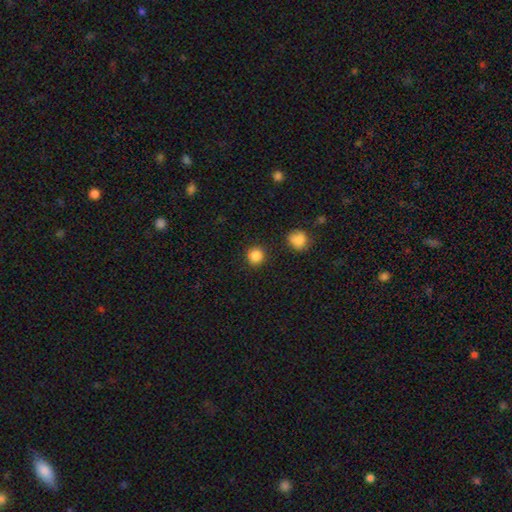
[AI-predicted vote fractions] smooth_or_featured: smooth (p=0.86) [alt: star or artifact p=0.11]
how_rounded: round (p=0.91) [alt: in between p=0.08]
merging: none (p=0.87) [alt: minor disturbance p=0.07]